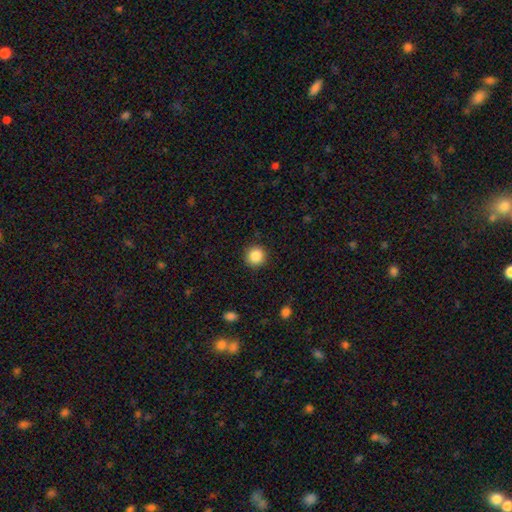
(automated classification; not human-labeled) Smooth or featured: smooth — 87% (star or artifact — 10%)
How rounded: round — 94% (in between — 5%)
Merging: none — 91% (minor disturbance — 6%)